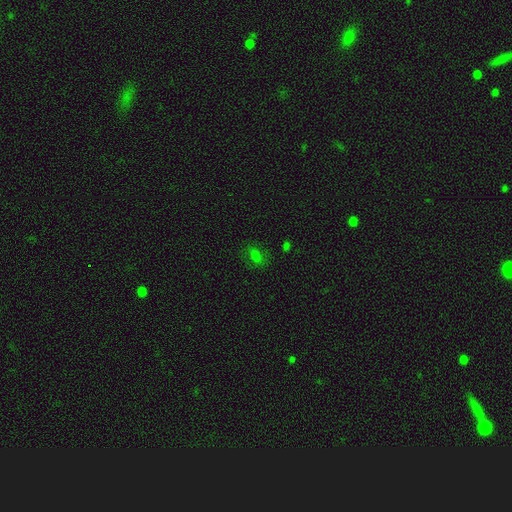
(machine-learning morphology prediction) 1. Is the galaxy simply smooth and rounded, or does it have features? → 64% smooth, 26% star or artifact, 10% featured or disk.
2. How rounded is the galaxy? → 81% in between, 16% round, 4% cigar-shaped.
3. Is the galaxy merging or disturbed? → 72% none, 17% minor disturbance, 8% major disturbance, 2% merger.